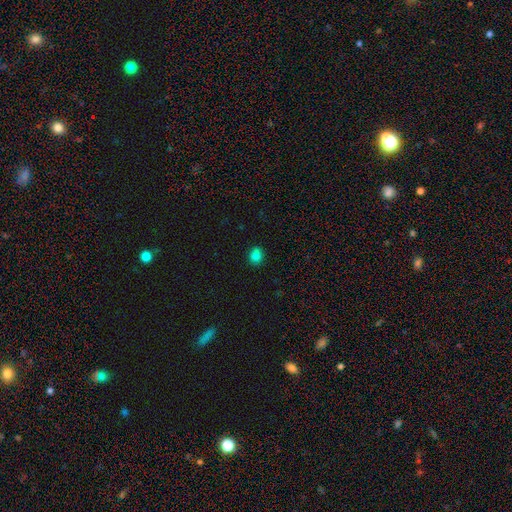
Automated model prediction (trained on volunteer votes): smooth_or_featured: smooth (p=0.80) [alt: star or artifact p=0.15]
how_rounded: round (p=0.59) [alt: in between p=0.40]
merging: none (p=0.82) [alt: minor disturbance p=0.13]